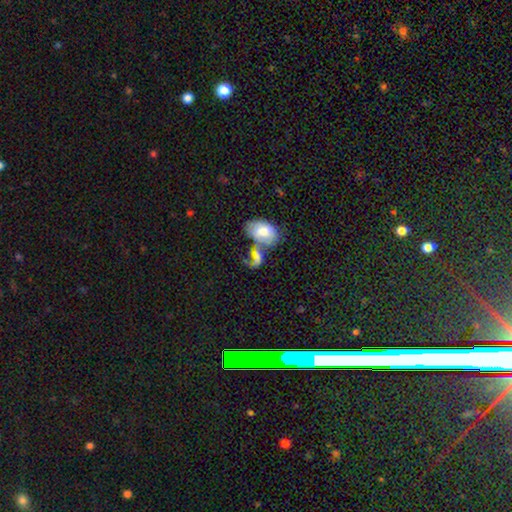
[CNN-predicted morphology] type=smooth (56%); roundness=in between (82%); merging=merger (56%).